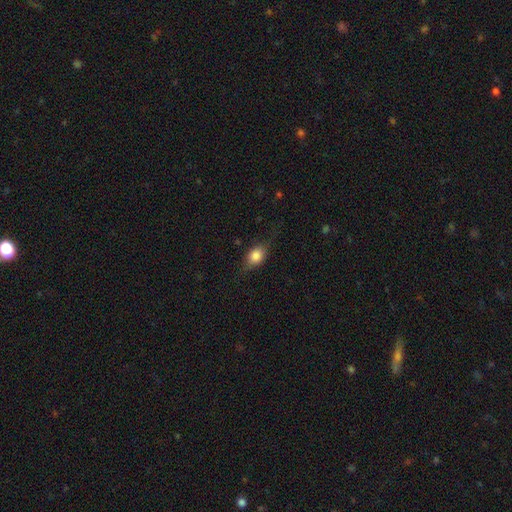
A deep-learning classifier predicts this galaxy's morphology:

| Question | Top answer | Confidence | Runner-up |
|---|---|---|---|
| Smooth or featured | smooth | 73% | featured or disk (19%) |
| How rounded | in between | 63% | round (32%) |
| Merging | none | 69% | minor disturbance (22%) |